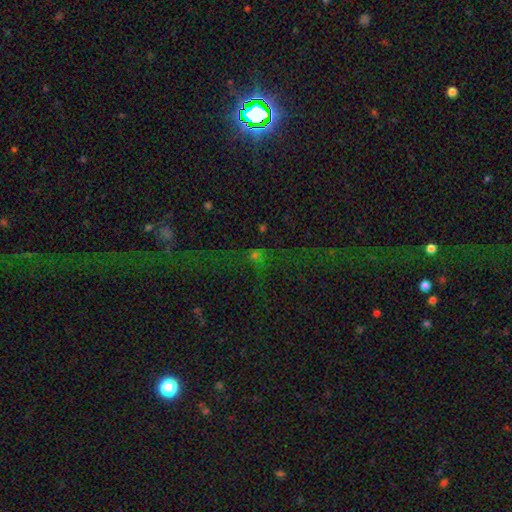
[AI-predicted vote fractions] Smooth or featured? Predicted: star or artifact (p=0.51).